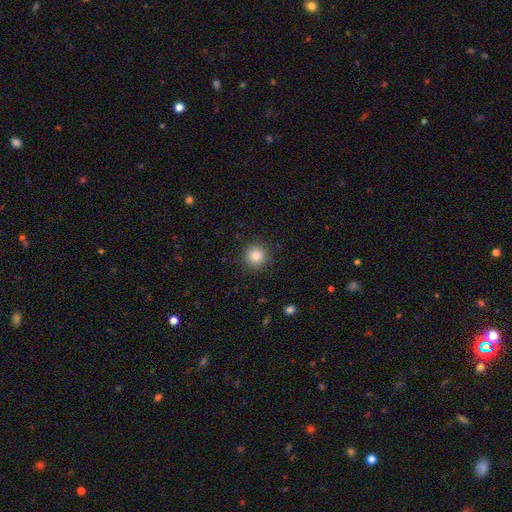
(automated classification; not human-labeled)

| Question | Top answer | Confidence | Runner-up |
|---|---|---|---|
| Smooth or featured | smooth | 85% | star or artifact (10%) |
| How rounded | round | 94% | in between (5%) |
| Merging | none | 90% | minor disturbance (6%) |